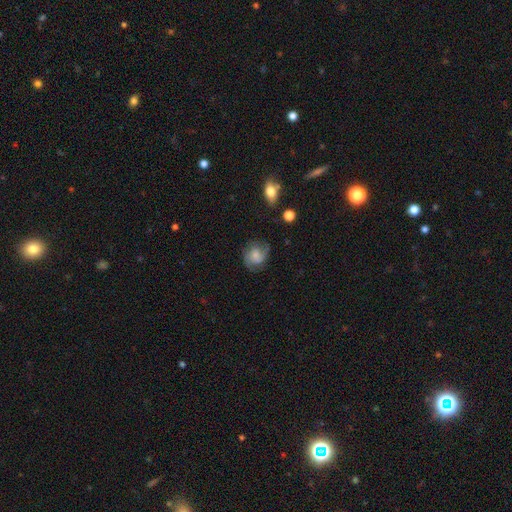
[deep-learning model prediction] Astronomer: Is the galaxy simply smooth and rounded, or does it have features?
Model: featured or disk — 46% (runner-up: smooth, 45%).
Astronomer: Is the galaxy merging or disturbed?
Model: none — 64%.